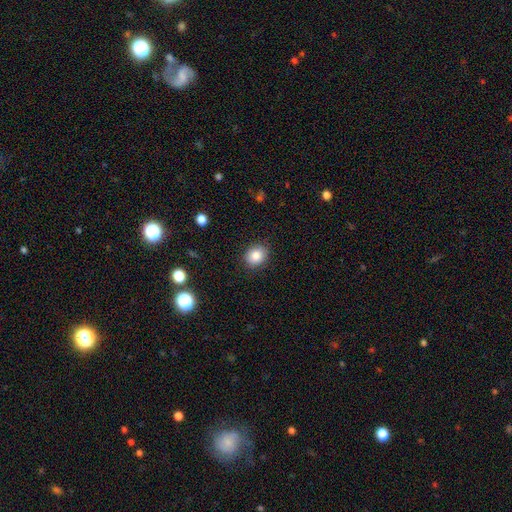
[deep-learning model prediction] The model was most divided on "how rounded": round: 61%, in between: 38%, cigar-shaped: 1%. More confident: merging — none (87%); smooth or featured — smooth (84%).